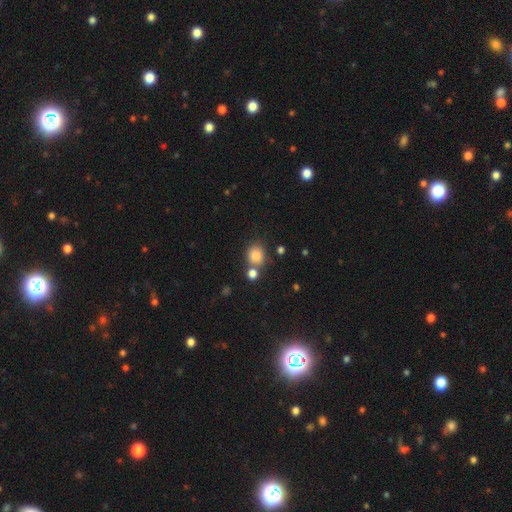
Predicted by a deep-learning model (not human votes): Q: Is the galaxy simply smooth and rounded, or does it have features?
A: smooth — 83%.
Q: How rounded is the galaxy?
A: round — 70%.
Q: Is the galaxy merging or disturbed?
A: none — 57%.